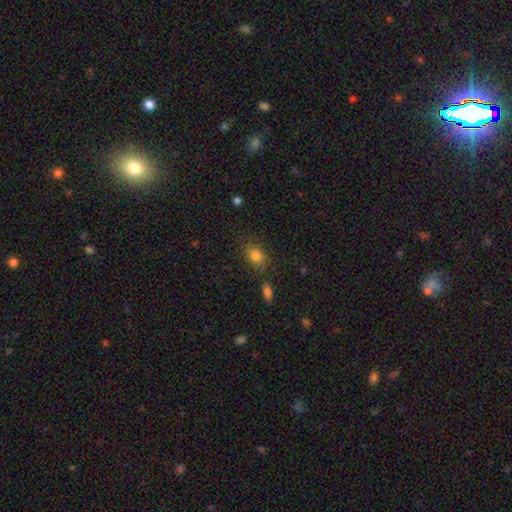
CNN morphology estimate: smooth_or_featured: smooth (p=0.82) [alt: star or artifact p=0.11]
how_rounded: in between (p=0.67) [alt: round p=0.31]
merging: none (p=0.75) [alt: minor disturbance p=0.16]